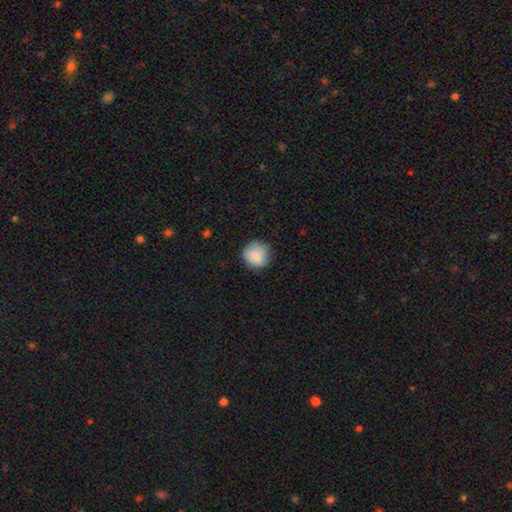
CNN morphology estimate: The model was most divided on "merging": none: 78%, minor disturbance: 17%, major disturbance: 4%, merger: 1%. More confident: how rounded — round (91%); smooth or featured — smooth (87%).